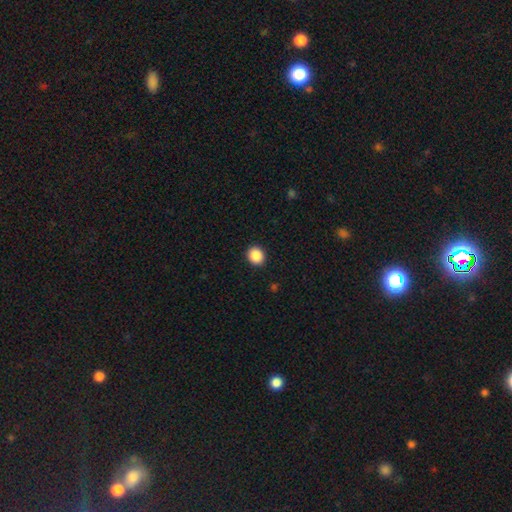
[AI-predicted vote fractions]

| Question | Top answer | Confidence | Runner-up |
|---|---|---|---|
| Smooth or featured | smooth | 89% | star or artifact (9%) |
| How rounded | round | 76% | in between (23%) |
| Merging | none | 92% | minor disturbance (6%) |